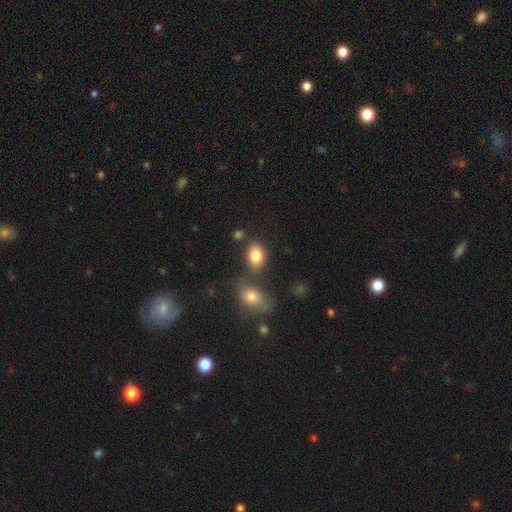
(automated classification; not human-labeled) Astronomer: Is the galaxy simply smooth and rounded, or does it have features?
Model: smooth — 83%.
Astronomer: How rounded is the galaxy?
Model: in between — 84%.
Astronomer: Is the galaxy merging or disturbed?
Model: none — 54%.